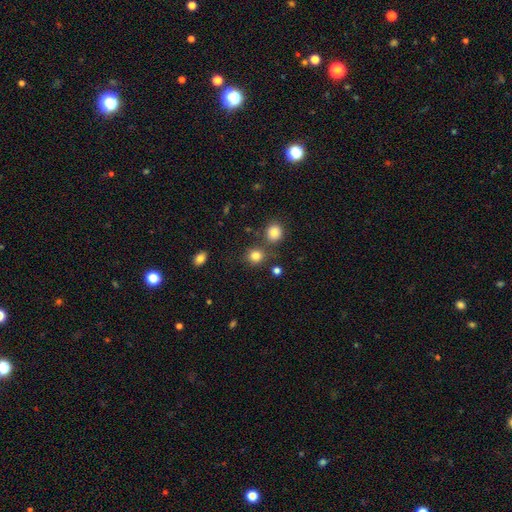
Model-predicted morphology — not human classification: The model was most divided on "merging": none: 75%, merger: 12%, minor disturbance: 9%, major disturbance: 4%. More confident: how rounded — round (86%); smooth or featured — smooth (82%).